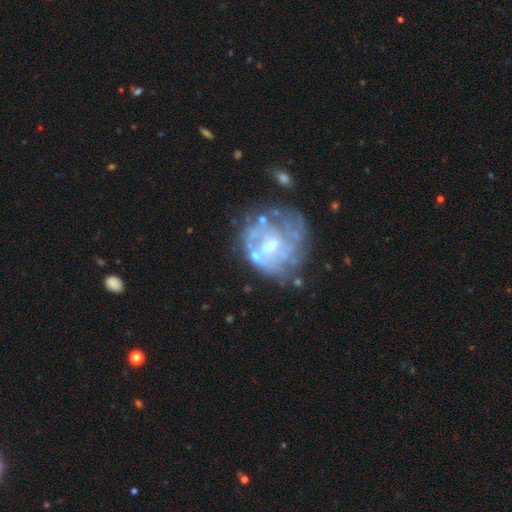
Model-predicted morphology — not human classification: This appears to be a featured or disk galaxy (74%) with no bar (51%), no spiral arms (52%) and a small central bulge (44%). Merging: none (45%).